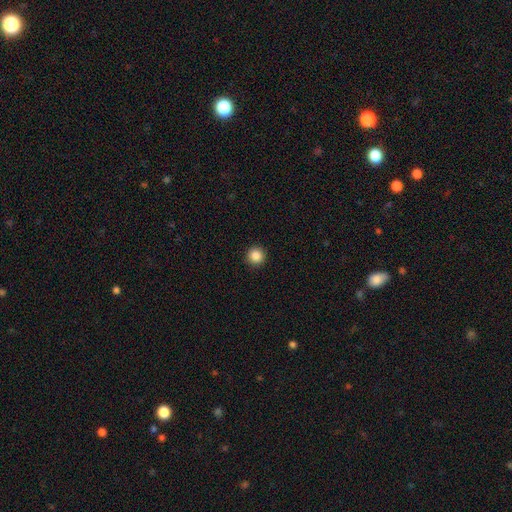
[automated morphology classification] Smooth or featured? smooth (87%)
How rounded? round (96%)
Merging? none (93%)